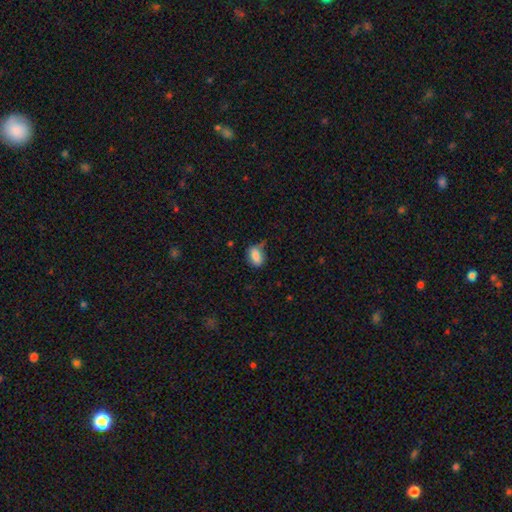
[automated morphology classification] A smooth galaxy with no disk features (82%) that is in between round and cigar-shaped (84%). Merging: none (54%).